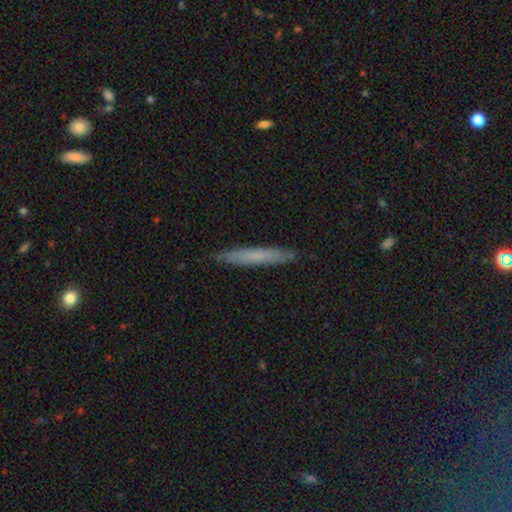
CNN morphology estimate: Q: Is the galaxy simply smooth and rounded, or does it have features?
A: smooth — 64%.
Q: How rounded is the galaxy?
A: cigar-shaped — 95%.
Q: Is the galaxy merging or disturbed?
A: none — 90%.